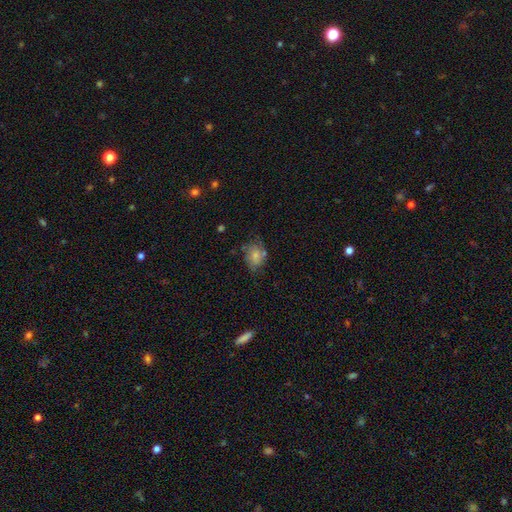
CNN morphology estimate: A smooth galaxy with no disk features (71%) that is in between round and cigar-shaped (60%).

Vote fractions:
- Smooth or featured? smooth: 71% / featured or disk: 20% / star or artifact: 9%
- How rounded? in between: 60% / round: 38% / cigar-shaped: 1%
- Merging? none: 55% / minor disturbance: 28% / major disturbance: 11% / merger: 7%